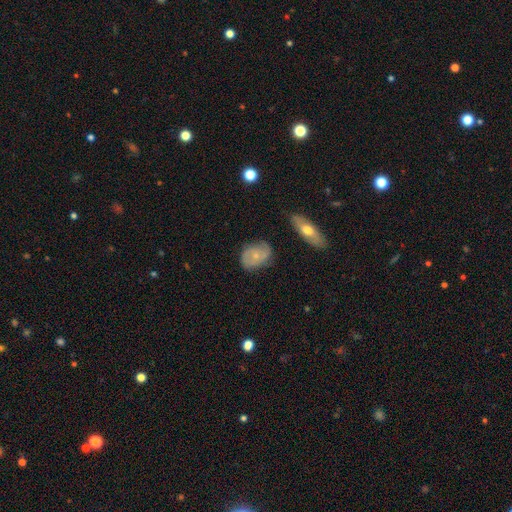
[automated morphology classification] This is possibly a featured or disk galaxy (46%, tied with smooth). Merging: likely none (67%).